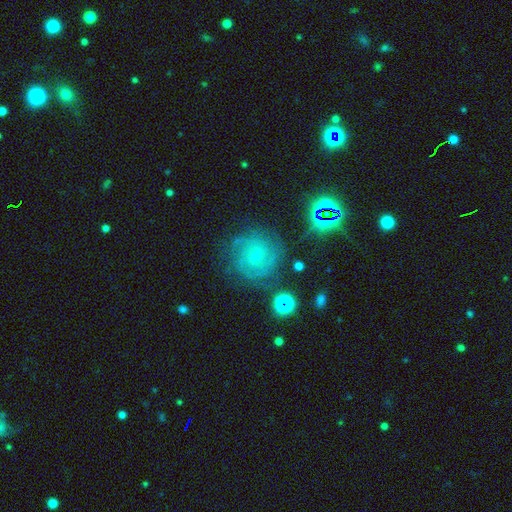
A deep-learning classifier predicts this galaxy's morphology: Smooth or featured? featured or disk (68%)
Edge-on disk? no (97%)
Bar? no (64%)
Spiral arms? yes (93%)
Spiral winding? tight (68%)
Spiral arm count? can't tell (37%)
Bulge size? small (72%)
Merging? none (76%)